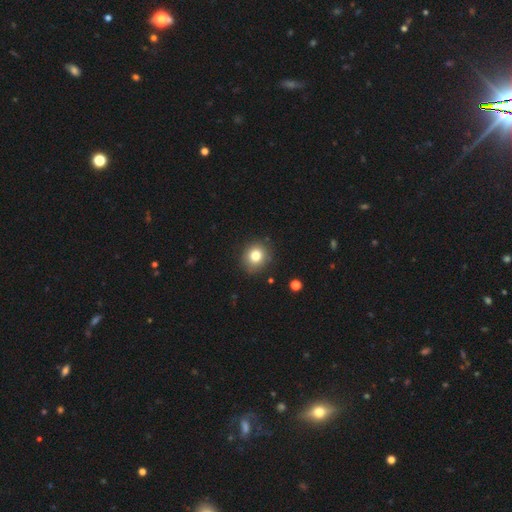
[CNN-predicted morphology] This appears to be a smooth galaxy with no disk features (81%) that is round (83%). Merging: none (88%).